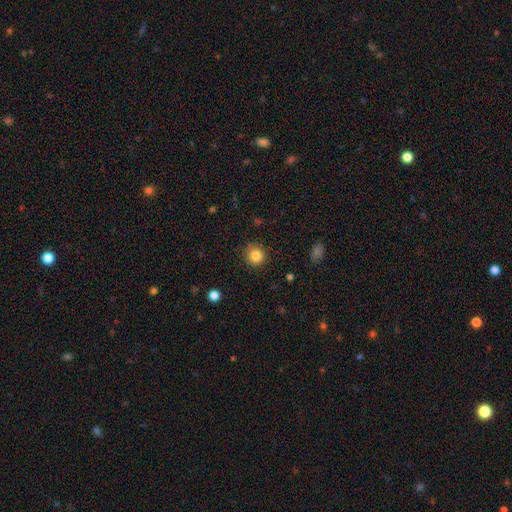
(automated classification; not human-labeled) Smooth or featured? smooth (85%)
How rounded? round (91%)
Merging? none (87%)